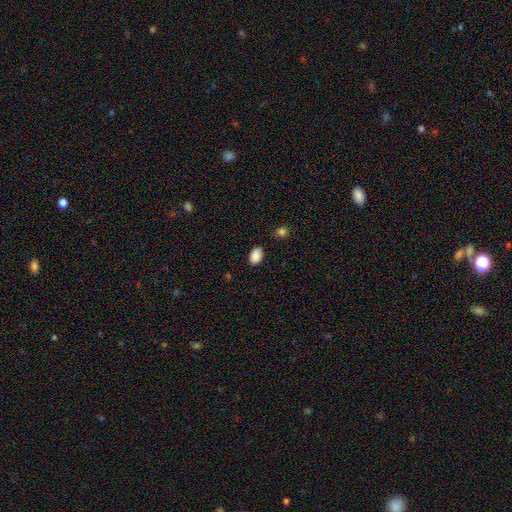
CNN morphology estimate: Smooth or featured: smooth — 89% (star or artifact — 8%)
How rounded: in between — 88% (round — 11%)
Merging: none — 87% (minor disturbance — 10%)